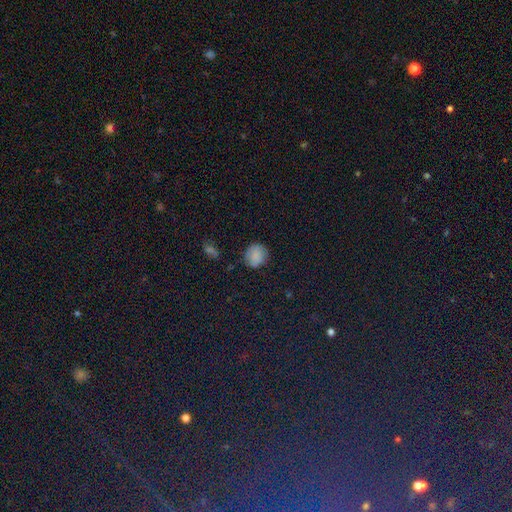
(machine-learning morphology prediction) smooth 82%, star or artifact 11%, featured or disk 7%. Down the decision tree: how rounded — round (84%); merging — none (80%).